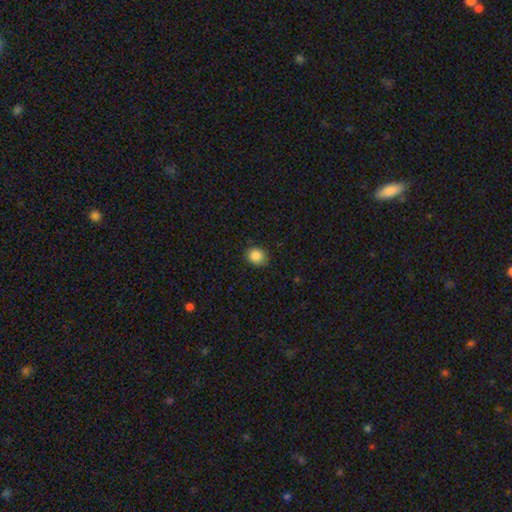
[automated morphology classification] This is clearly a smooth galaxy (86%). How rounded: likely round (77%). Merging: clearly none (84%).